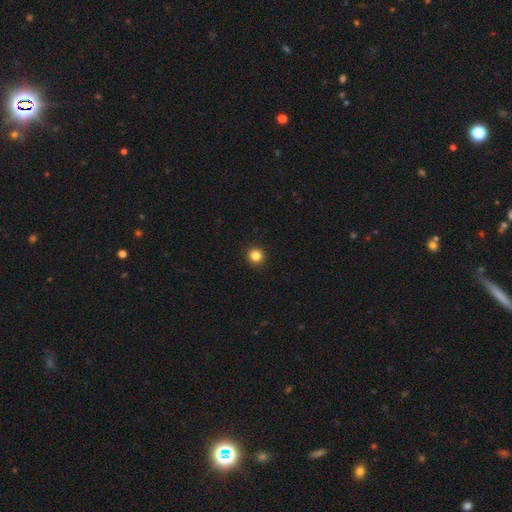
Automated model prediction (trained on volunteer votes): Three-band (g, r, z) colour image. It shows a smooth galaxy with no disk features (84%) that is round (94%). Merging: none (93%).